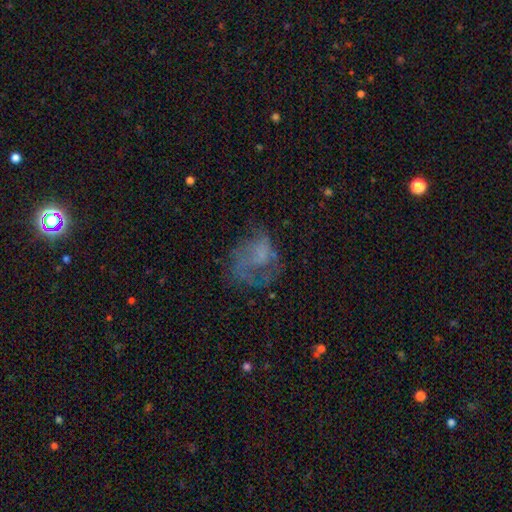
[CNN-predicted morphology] A featured or disk galaxy (47%). Merging: none (41%).